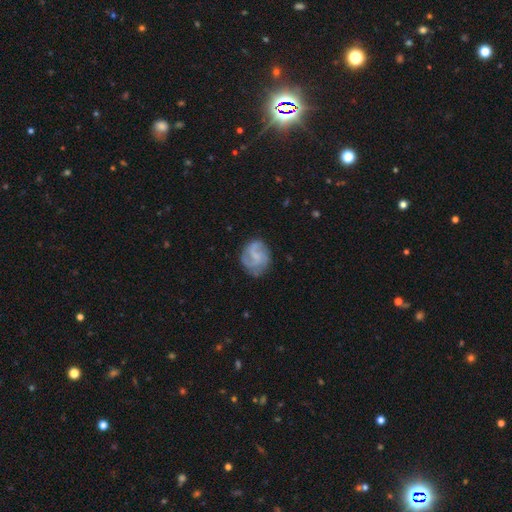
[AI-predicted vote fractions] Overall: featured or disk (70%). Edge-on disk: no (98%). Bar: no (50%; weak 41%). Spiral arms: yes (92%). Spiral arm count: 3 (37%; 2 34%). Spiral winding: medium (47%; tight 28%). Bulge size: none (50%; small 33%). Merging: none (73%).